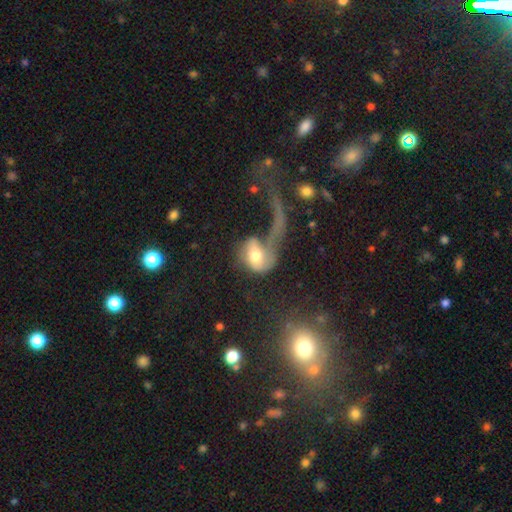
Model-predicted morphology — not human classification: Smooth or featured? smooth (48%)
Merging? major disturbance (56%)